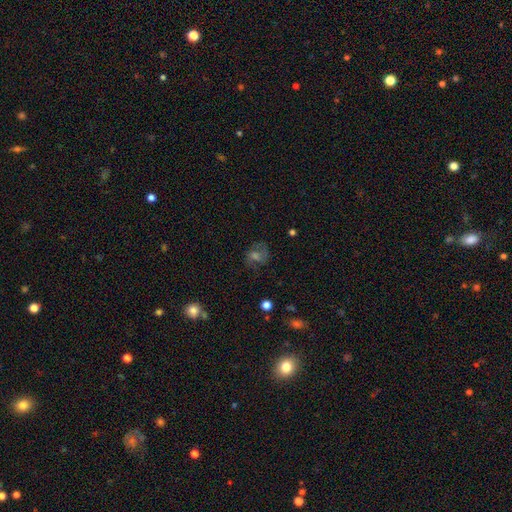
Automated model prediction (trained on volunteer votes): Smooth or featured?
  - featured or disk: 50% *
  - smooth: 27%
  - star or artifact: 23%
Merging?
  - none: 71% *
  - minor disturbance: 16%
  - major disturbance: 11%
  - merger: 2%